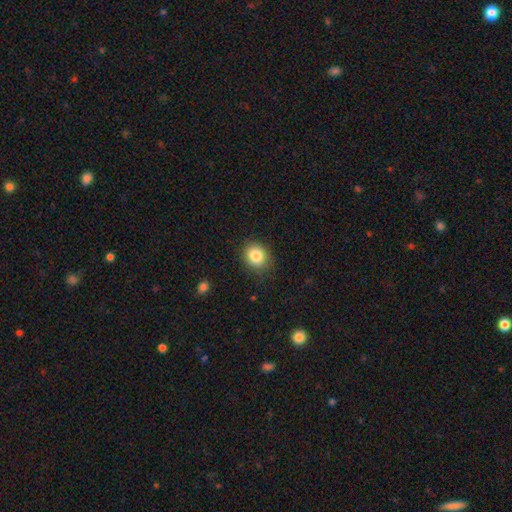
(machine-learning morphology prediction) Q: Smooth or featured?
A: smooth (85%); runner-up: star or artifact (10%)
Q: How rounded?
A: round (74%); runner-up: in between (25%)
Q: Merging?
A: none (85%); runner-up: minor disturbance (11%)